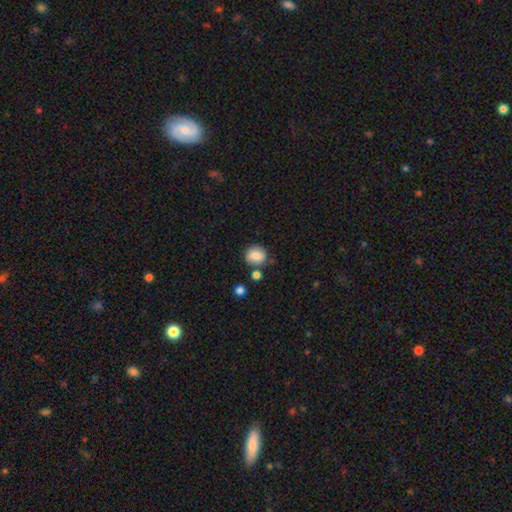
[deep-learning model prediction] Smooth or featured? Predicted: smooth (p=0.80). How rounded? Predicted: round (p=0.82). Merging? Predicted: none (p=0.74).